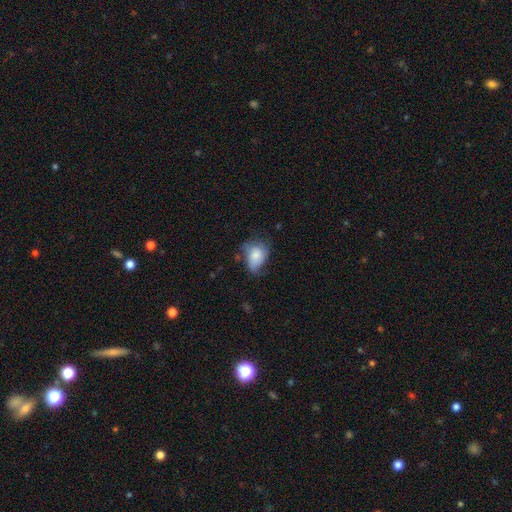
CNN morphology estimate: Smooth or featured?
  - smooth: 71% *
  - featured or disk: 21%
  - star or artifact: 8%
How rounded?
  - in between: 75% *
  - round: 24%
  - cigar-shaped: 1%
Merging?
  - minor disturbance: 38% *
  - none: 36%
  - major disturbance: 23%
  - merger: 3%